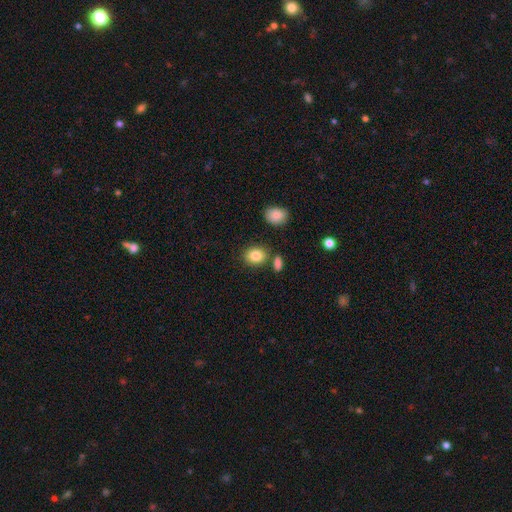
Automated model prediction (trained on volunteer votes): This appears to be a smooth galaxy with no disk features (84%) that is round (53%). Merging: none (77%).